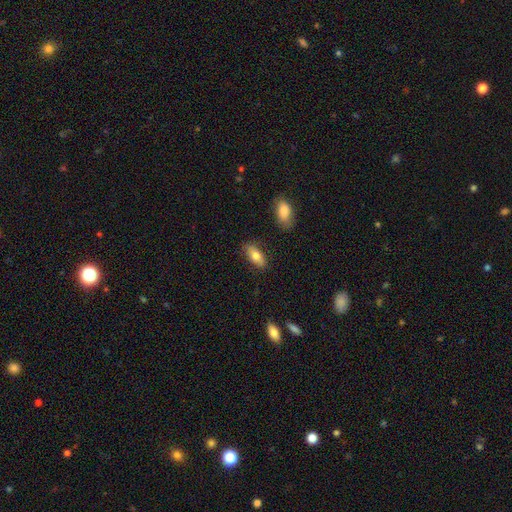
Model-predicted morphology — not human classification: This appears to be a smooth galaxy with no disk features (75%) that is in between round and cigar-shaped (84%). Merging: none (84%).